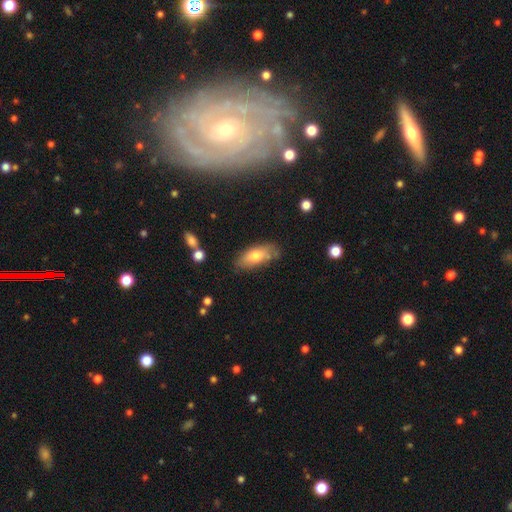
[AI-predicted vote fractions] smooth-or-featured: smooth: 71% | featured or disk: 22% | star or artifact: 7%
  how-rounded: in between: 81% | cigar-shaped: 16% | round: 3%
  merging: none: 69% | minor disturbance: 21% | major disturbance: 5% | merger: 4%